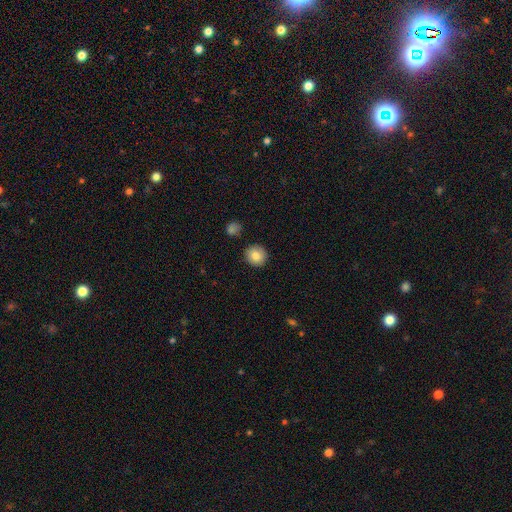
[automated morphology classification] Smooth or featured? smooth (85%)
How rounded? round (90%)
Merging? none (90%)